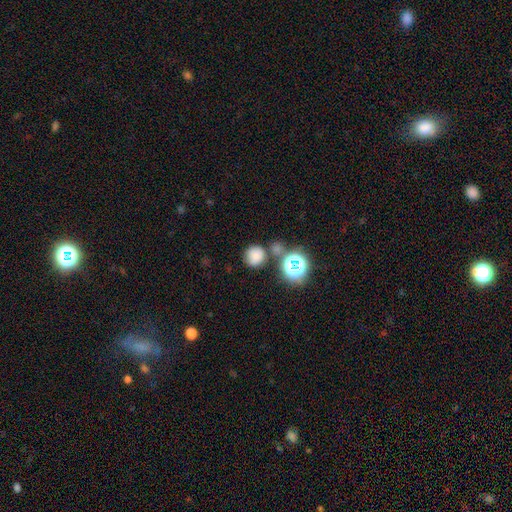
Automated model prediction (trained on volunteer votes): The model was most divided on "merging": none: 67%, merger: 15%, minor disturbance: 12%, major disturbance: 5%. More confident: how rounded — round (86%); smooth or featured — smooth (75%).